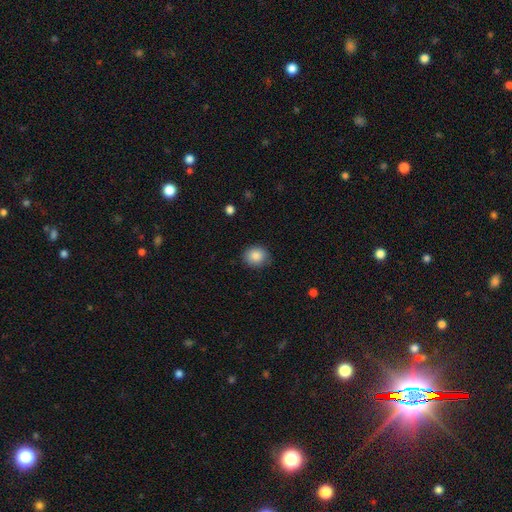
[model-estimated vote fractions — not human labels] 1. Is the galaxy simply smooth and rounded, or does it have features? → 87% smooth, 9% star or artifact, 5% featured or disk.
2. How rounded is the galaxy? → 74% round, 26% in between, 1% cigar-shaped.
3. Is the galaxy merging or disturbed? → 85% none, 11% minor disturbance, 3% major disturbance, 1% merger.